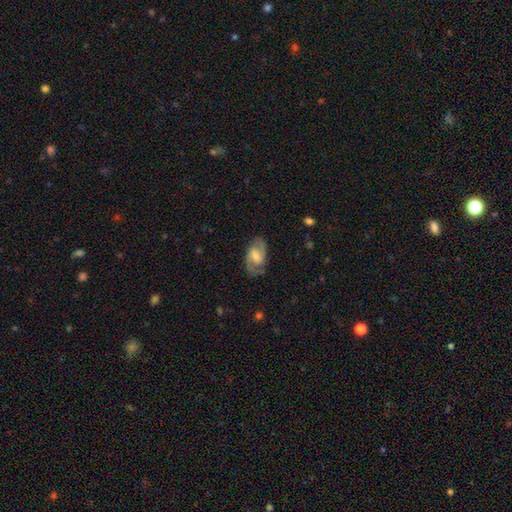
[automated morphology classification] Smooth or featured? Predicted: featured or disk (p=0.73). Edge-on disk? Predicted: no (p=0.96). Bar? Predicted: weak (p=0.54). Spiral arms? Predicted: yes (p=0.91). Spiral winding? Predicted: medium (p=0.52). Spiral arm count? Predicted: 2 (p=0.87). Bulge size? Predicted: moderate (p=0.42). Merging? Predicted: none (p=0.78).